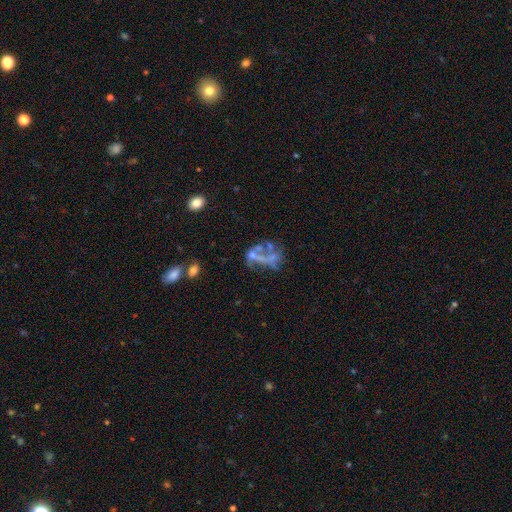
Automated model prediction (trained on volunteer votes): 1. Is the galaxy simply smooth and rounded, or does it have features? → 58% featured or disk, 24% smooth, 18% star or artifact.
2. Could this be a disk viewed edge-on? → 97% no, 3% yes.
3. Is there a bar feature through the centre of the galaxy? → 88% no, 8% weak, 4% strong.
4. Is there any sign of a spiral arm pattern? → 90% no, 10% yes.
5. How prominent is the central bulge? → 74% none, 13% small, 9% moderate, 2% large, 1% dominant.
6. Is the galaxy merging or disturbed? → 35% major disturbance, 29% merger, 24% none, 12% minor disturbance.